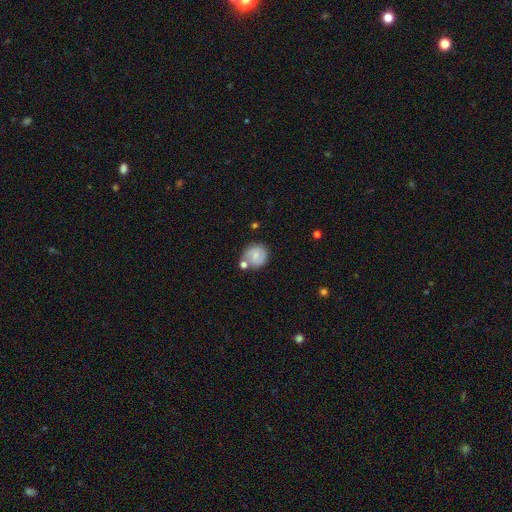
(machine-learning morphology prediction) smooth-or-featured: smooth: 60% | featured or disk: 32% | star or artifact: 8%
  how-rounded: round: 86% | in between: 13% | cigar-shaped: 1%
  merging: none: 64% | minor disturbance: 16% | merger: 15% | major disturbance: 5%